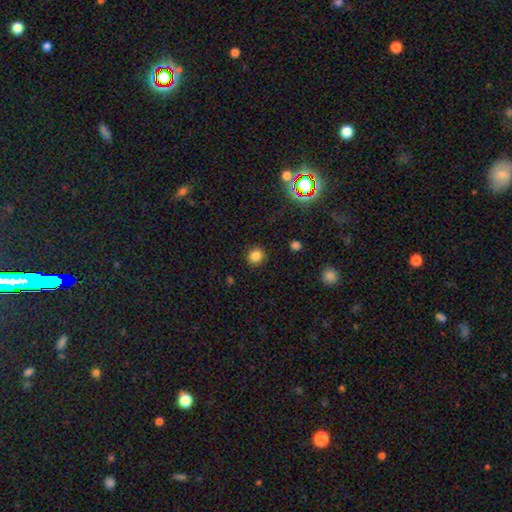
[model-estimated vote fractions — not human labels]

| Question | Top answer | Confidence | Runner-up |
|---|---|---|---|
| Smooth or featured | smooth | 83% | star or artifact (13%) |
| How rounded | round | 81% | in between (19%) |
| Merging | none | 89% | minor disturbance (7%) |